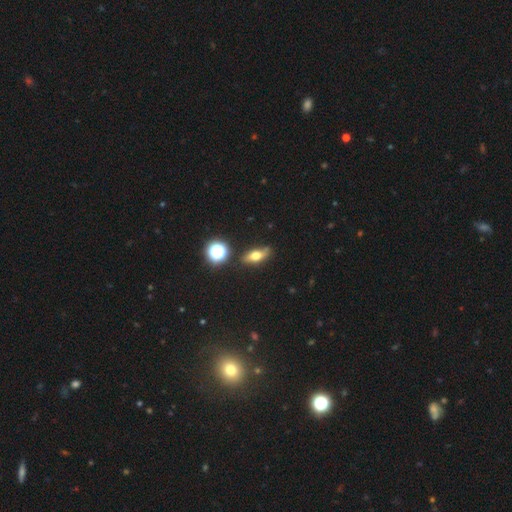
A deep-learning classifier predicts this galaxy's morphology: type=smooth (58%); roundness=in between (58%); merging=none (81%).